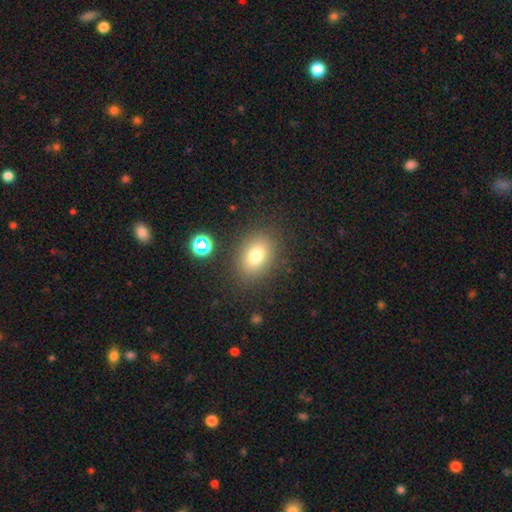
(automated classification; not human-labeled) Smooth or featured?
  - smooth: 77% *
  - star or artifact: 12%
  - featured or disk: 11%
How rounded?
  - in between: 74% *
  - round: 25%
  - cigar-shaped: 1%
Merging?
  - none: 84% *
  - minor disturbance: 10%
  - major disturbance: 4%
  - merger: 3%